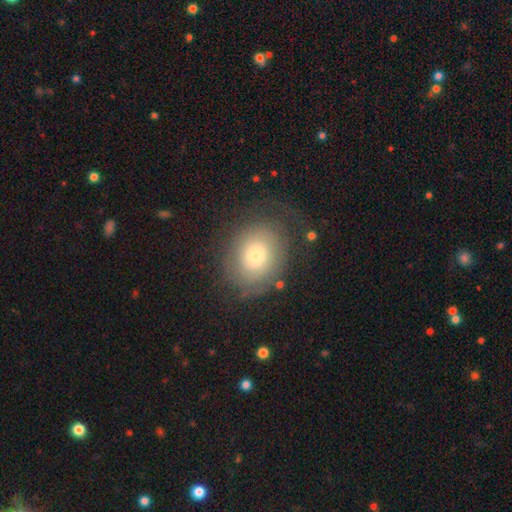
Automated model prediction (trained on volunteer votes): This is possibly a smooth galaxy (49%). Merging: likely none (66%).